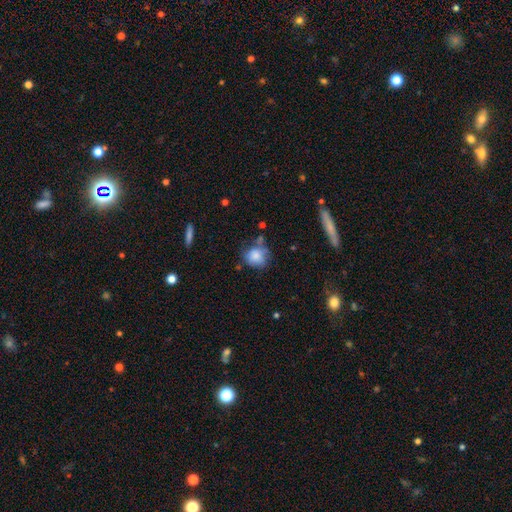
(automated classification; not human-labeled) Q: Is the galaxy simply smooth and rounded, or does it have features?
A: smooth — 78%.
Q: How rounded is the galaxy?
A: round — 75%.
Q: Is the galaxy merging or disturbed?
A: none — 55%.